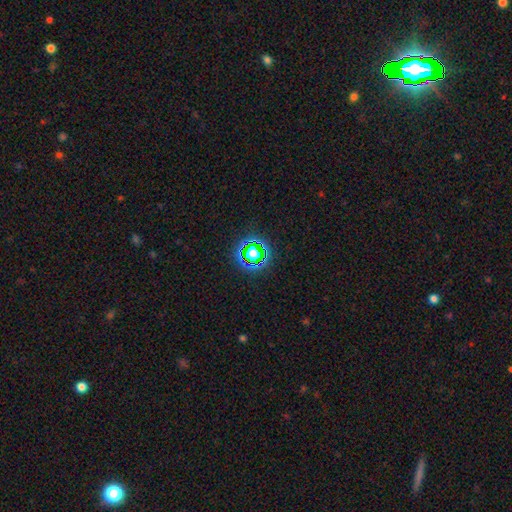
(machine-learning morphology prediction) The model was most divided on "smooth or featured": star or artifact: 63%, smooth: 26%, featured or disk: 12%.